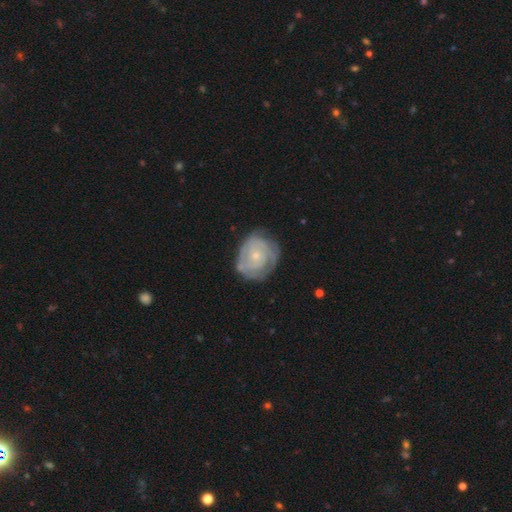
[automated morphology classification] smooth-or-featured: featured or disk: 76% | smooth: 18% | star or artifact: 5%
  disk-edge-on: no: 98% | yes: 2%
    bar: no: 79% | weak: 17% | strong: 3%
    has-spiral-arms: yes: 88% | no: 12%
      spiral-winding: tight: 74% | medium: 20% | loose: 6%
      spiral-arm-count: can't tell: 40% | 2: 29% | 3: 15% | 4: 6% | 1: 6% | more than 4: 4%
    bulge-size: small: 73% | moderate: 22% | none: 3% | large: 1% | dominant: 1%
  merging: none: 70% | minor disturbance: 20% | major disturbance: 8% | merger: 2%